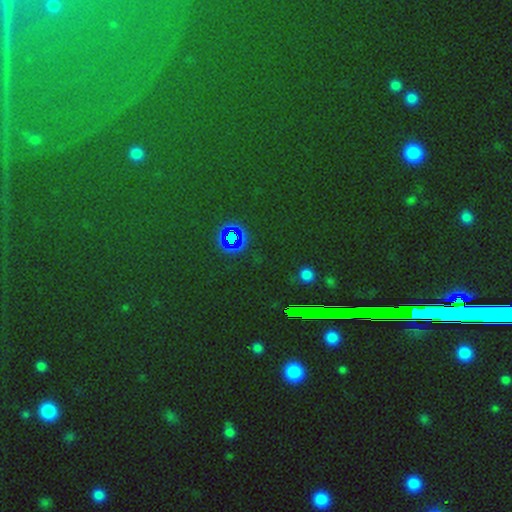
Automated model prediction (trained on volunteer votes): A star or artifact, not a galaxy (76%).

Vote fractions:
- Smooth or featured? star or artifact: 76% / smooth: 15% / featured or disk: 9%